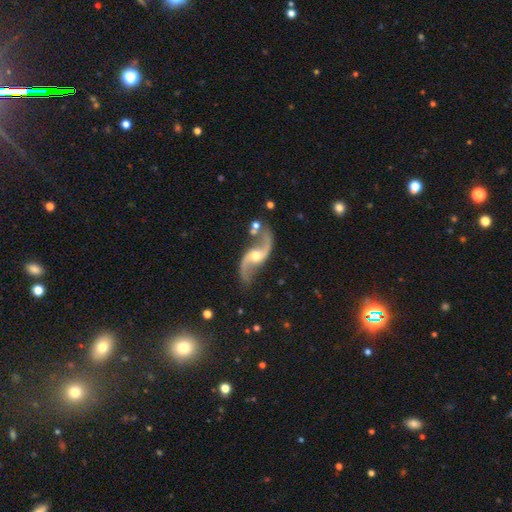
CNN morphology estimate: Smooth or featured?
  - featured or disk: 92% *
  - star or artifact: 5%
  - smooth: 3%
Edge-on disk?
  - no: 95% *
  - yes: 5%
Bar?
  - no: 57% *
  - weak: 32%
  - strong: 11%
Spiral arms?
  - yes: 98% *
  - no: 2%
Spiral winding?
  - loose: 82% *
  - medium: 14%
  - tight: 4%
Spiral arm count?
  - 2: 95% *
  - 1: 1%
  - can't tell: 1%
  - 3: 1%
  - 4: 1%
  - more than 4: 1%
Bulge size?
  - moderate: 60% *
  - small: 26%
  - large: 9%
  - none: 3%
  - dominant: 2%
Merging?
  - none: 74% *
  - minor disturbance: 14%
  - major disturbance: 7%
  - merger: 6%